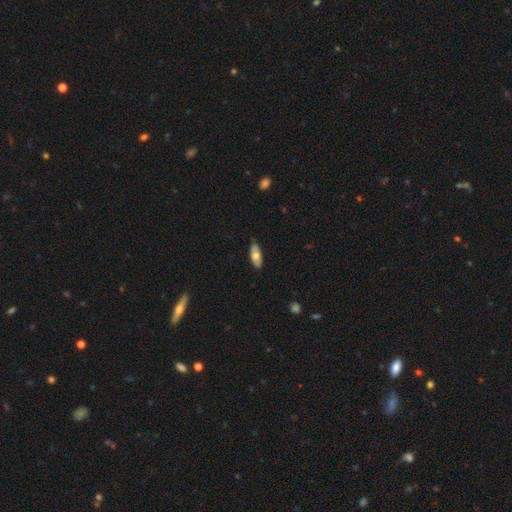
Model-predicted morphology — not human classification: A smooth galaxy with no disk features (62%) that is in between round and cigar-shaped (82%).

Vote fractions:
- Smooth or featured? smooth: 62% / featured or disk: 32% / star or artifact: 6%
- How rounded? in between: 82% / cigar-shaped: 16% / round: 3%
- Merging? none: 83% / minor disturbance: 14% / major disturbance: 2% / merger: 1%